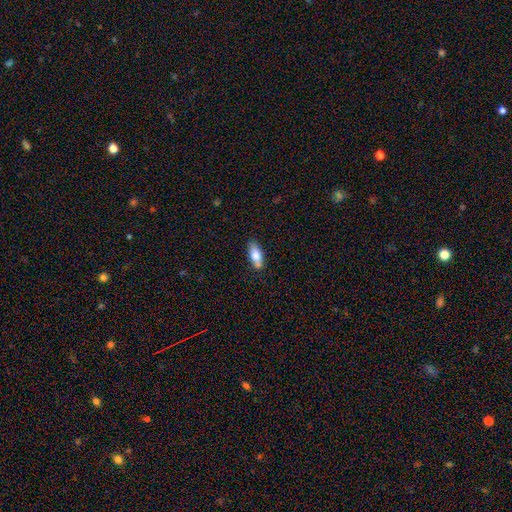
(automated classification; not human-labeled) Q: Smooth or featured?
A: smooth (76%); runner-up: featured or disk (18%)
Q: How rounded?
A: in between (76%); runner-up: cigar-shaped (21%)
Q: Merging?
A: none (75%); runner-up: minor disturbance (17%)